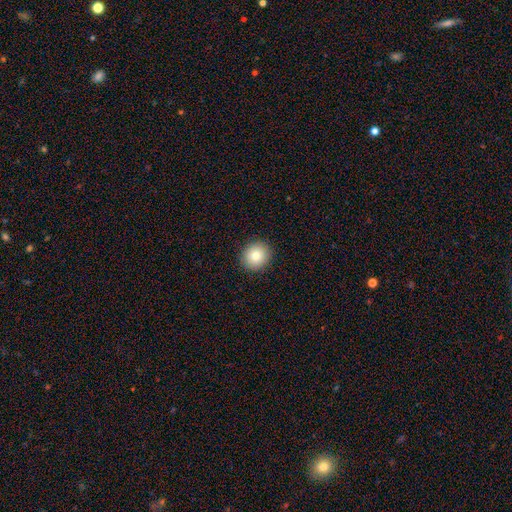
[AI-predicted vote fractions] smooth-or-featured: smooth: 81% | star or artifact: 10% | featured or disk: 9%
  how-rounded: round: 87% | in between: 12% | cigar-shaped: 1%
  merging: none: 92% | minor disturbance: 6% | major disturbance: 2% | merger: 1%